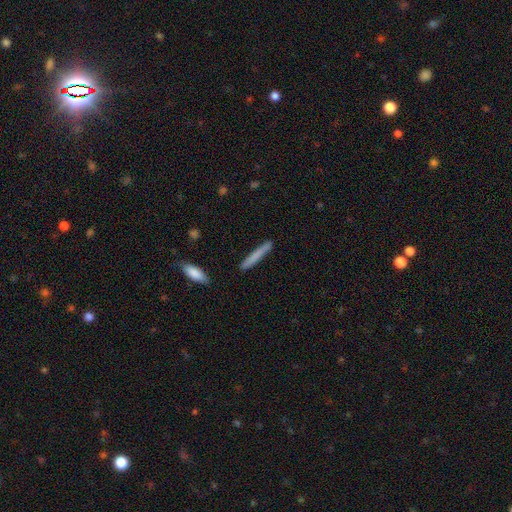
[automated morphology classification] smooth 72%, featured or disk 22%, star or artifact 6%. Down the decision tree: how rounded — cigar-shaped (96%); merging — none (88%).